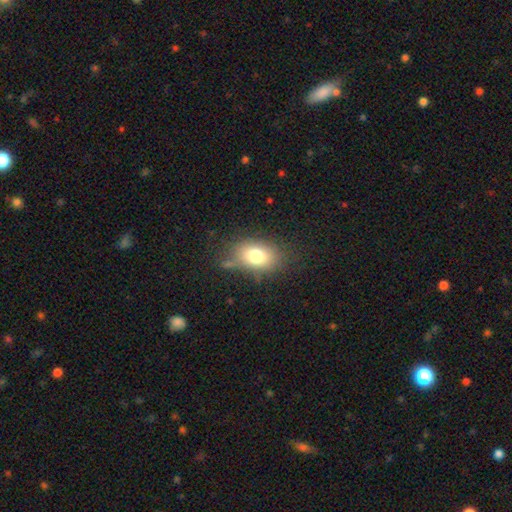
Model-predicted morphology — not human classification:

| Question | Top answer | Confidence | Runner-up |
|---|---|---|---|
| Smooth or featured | smooth | 76% | featured or disk (13%) |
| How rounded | in between | 78% | round (20%) |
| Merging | none | 70% | minor disturbance (20%) |